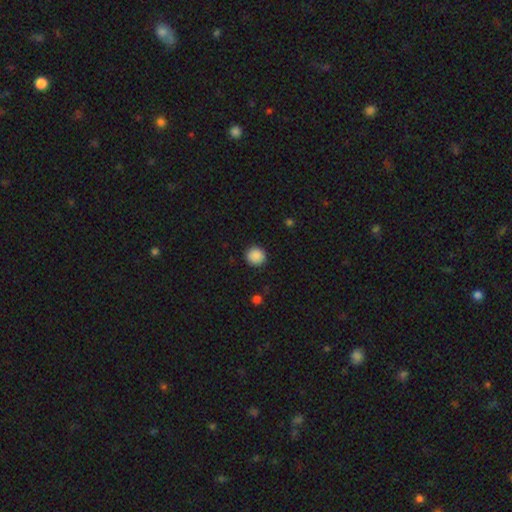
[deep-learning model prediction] Overall: smooth (89%). How rounded: round (93%). Merging: none (92%).